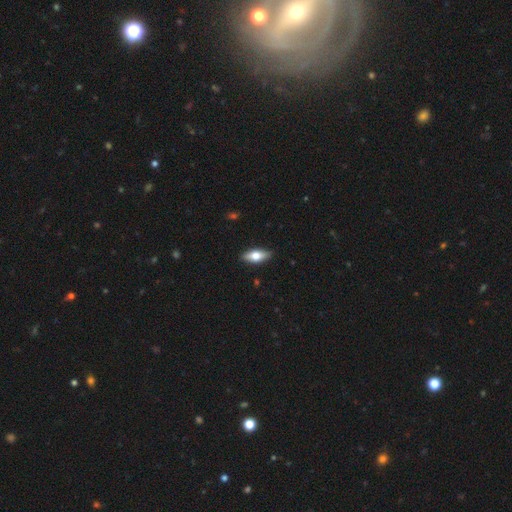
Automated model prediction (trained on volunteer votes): Morphology: type=smooth (61%); roundness=in between (75%); merging=none (89%).